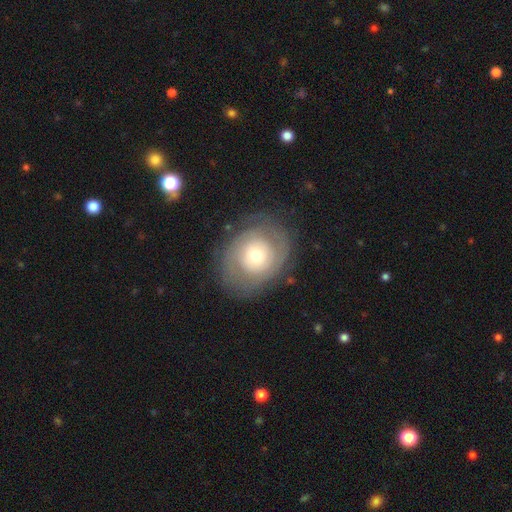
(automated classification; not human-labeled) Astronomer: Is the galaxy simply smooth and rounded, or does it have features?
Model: featured or disk — 56% (runner-up: smooth, 37%).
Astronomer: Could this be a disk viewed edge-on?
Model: no — 96%.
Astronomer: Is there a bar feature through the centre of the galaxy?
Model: no — 82%.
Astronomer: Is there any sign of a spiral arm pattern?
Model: yes — 60% (runner-up: no, 40%).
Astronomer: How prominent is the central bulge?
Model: moderate — 52% (runner-up: small, 32%).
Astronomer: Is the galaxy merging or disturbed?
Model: none — 75%.